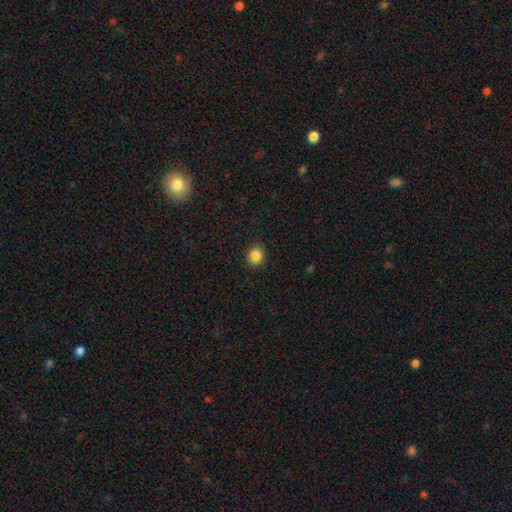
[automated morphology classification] type=smooth (86%); roundness=round (72%); merging=none (89%).